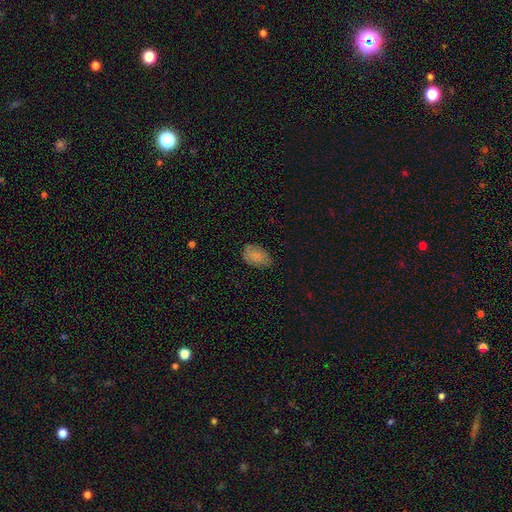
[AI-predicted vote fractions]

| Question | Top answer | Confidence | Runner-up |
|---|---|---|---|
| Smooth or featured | smooth | 82% | featured or disk (9%) |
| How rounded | in between | 90% | round (9%) |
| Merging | none | 71% | minor disturbance (23%) |